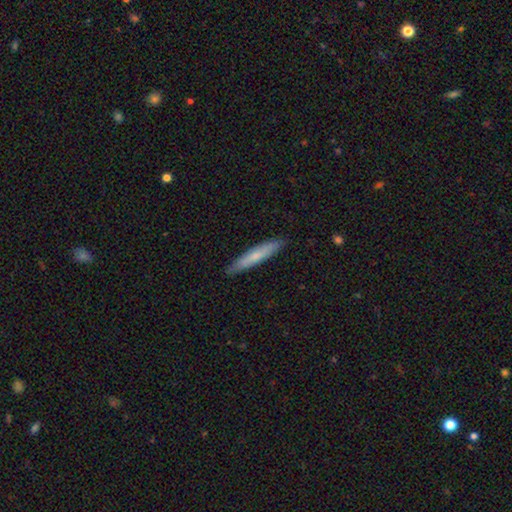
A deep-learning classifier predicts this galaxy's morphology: Smooth or featured?
  - smooth: 68% *
  - featured or disk: 26%
  - star or artifact: 5%
How rounded?
  - cigar-shaped: 91% *
  - in between: 8%
  - round: 1%
Merging?
  - none: 88% *
  - minor disturbance: 9%
  - major disturbance: 2%
  - merger: 1%